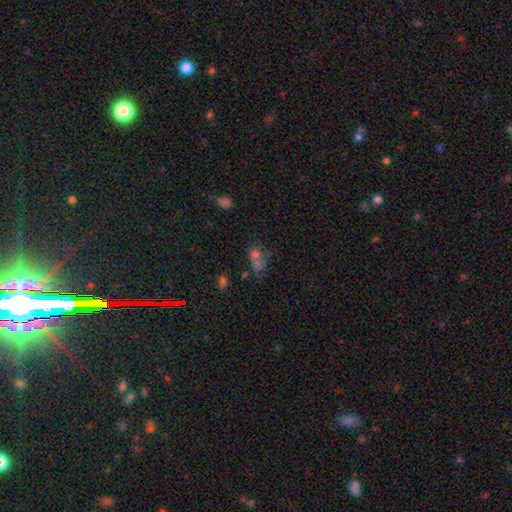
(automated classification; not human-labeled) Overall: smooth (49%; star or artifact 33%). Merging: merger (39%; none 38%).